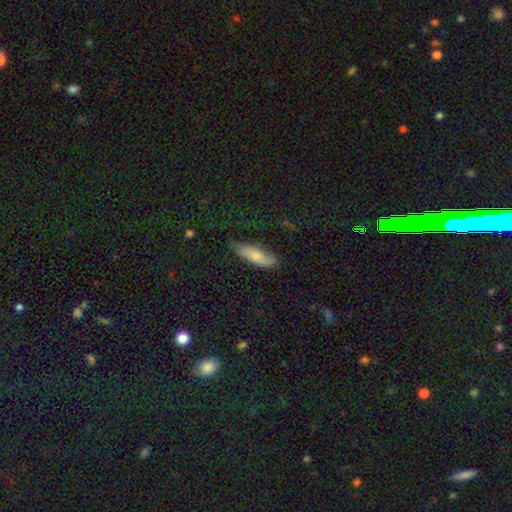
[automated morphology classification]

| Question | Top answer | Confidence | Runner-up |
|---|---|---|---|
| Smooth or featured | smooth | 68% | featured or disk (26%) |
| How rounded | in between | 57% | cigar-shaped (41%) |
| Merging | none | 69% | minor disturbance (23%) |